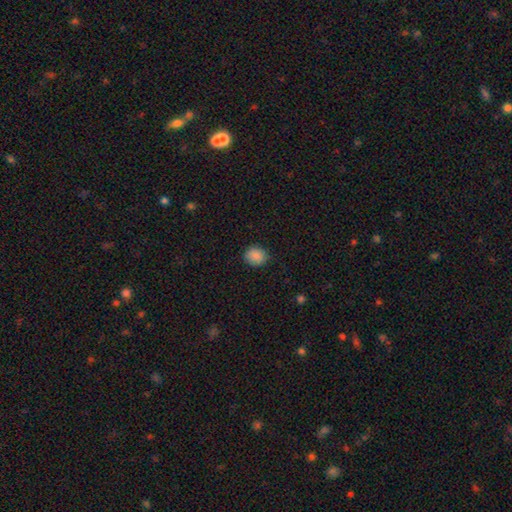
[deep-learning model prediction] smooth_or_featured: smooth (p=0.87) [alt: star or artifact p=0.09]
how_rounded: round (p=0.71) [alt: in between p=0.28]
merging: none (p=0.84) [alt: minor disturbance p=0.13]